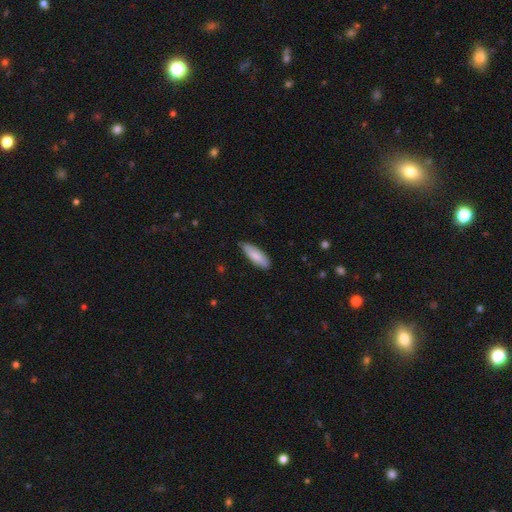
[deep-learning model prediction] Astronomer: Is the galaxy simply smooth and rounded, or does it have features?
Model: smooth — 83%.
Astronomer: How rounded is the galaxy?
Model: in between — 62%.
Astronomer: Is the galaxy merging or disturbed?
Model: none — 78%.